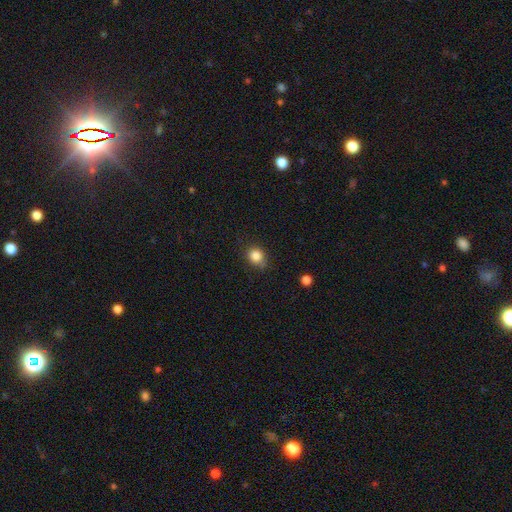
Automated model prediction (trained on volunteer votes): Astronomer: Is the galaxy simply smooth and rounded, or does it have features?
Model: smooth — 84%.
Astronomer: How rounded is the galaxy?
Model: round — 74%.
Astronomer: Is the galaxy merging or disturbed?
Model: none — 75%.